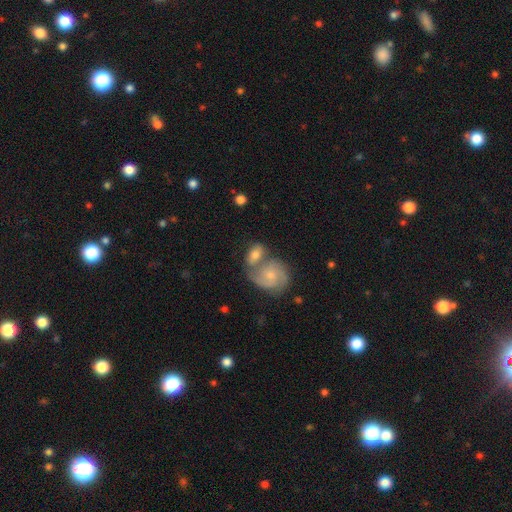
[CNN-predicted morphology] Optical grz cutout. It shows a featured or disk galaxy (67%) with no bar (62%), 2 (55%) tight (46%) spiral arms (90%) and a small central bulge (58%). Merging: merger (43%).